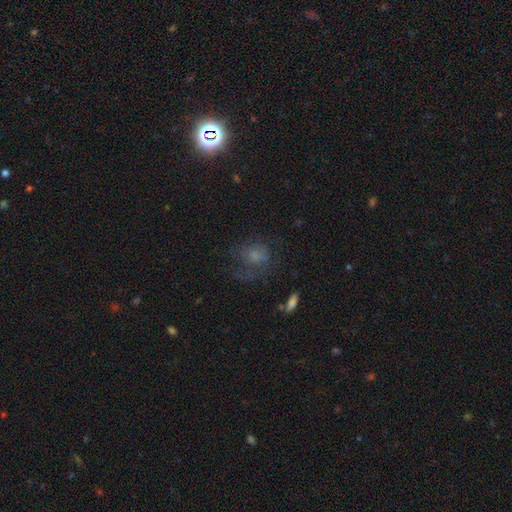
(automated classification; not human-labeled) Overall: smooth (51%; featured or disk 30%). How rounded: round (56%; in between 42%). Merging: none (43%; major disturbance 33%).